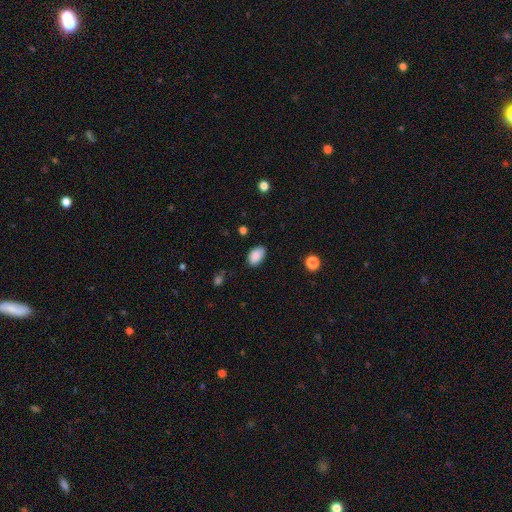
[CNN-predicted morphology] Smooth or featured?
  - smooth: 88% *
  - star or artifact: 7%
  - featured or disk: 4%
How rounded?
  - in between: 91% *
  - round: 8%
  - cigar-shaped: 1%
Merging?
  - none: 81% *
  - minor disturbance: 15%
  - major disturbance: 3%
  - merger: 1%